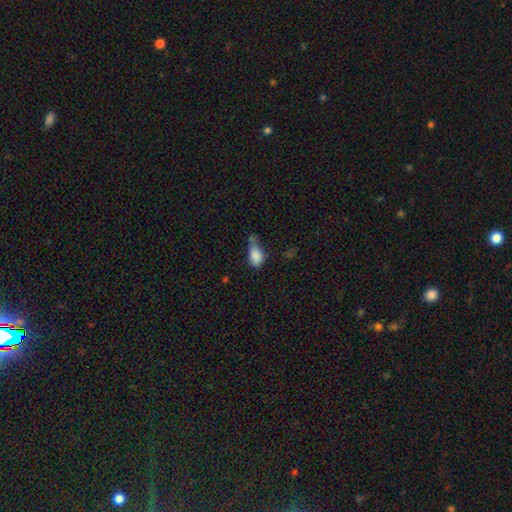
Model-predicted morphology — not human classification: Smooth or featured?
  - smooth: 82% *
  - star or artifact: 10%
  - featured or disk: 9%
How rounded?
  - in between: 86% *
  - round: 9%
  - cigar-shaped: 5%
Merging?
  - minor disturbance: 38% *
  - major disturbance: 28%
  - none: 23%
  - merger: 11%